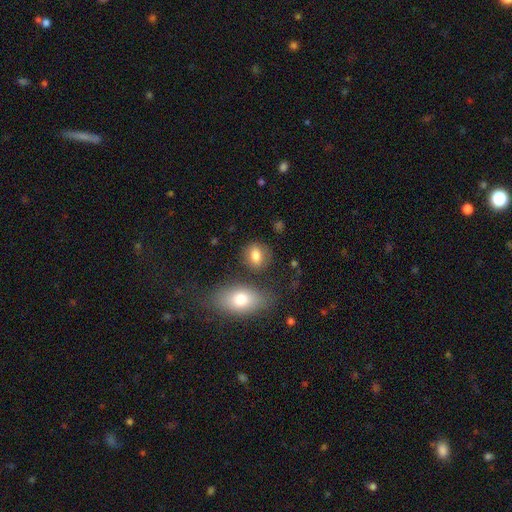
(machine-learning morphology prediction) The model was most divided on "how rounded": in between: 53%, round: 45%, cigar-shaped: 2%. More confident: smooth or featured — smooth (80%); merging — none (74%).